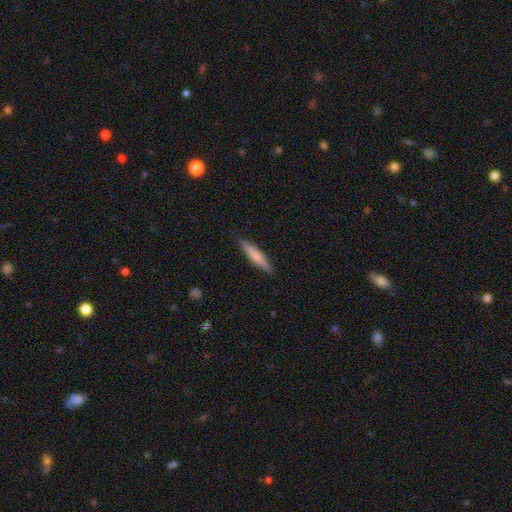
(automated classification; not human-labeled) Smooth or featured: smooth — 66% (featured or disk — 28%)
How rounded: cigar-shaped — 90% (in between — 9%)
Merging: none — 89% (minor disturbance — 8%)